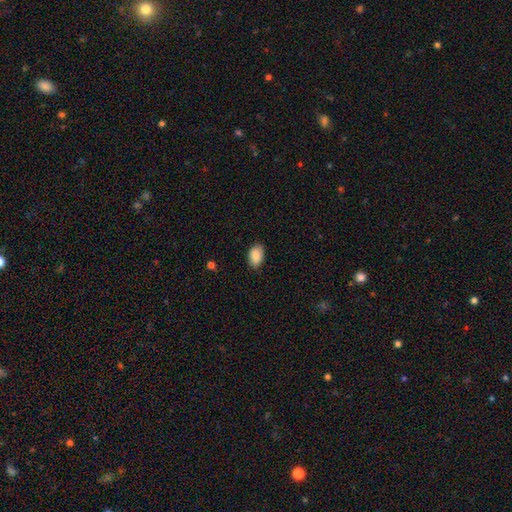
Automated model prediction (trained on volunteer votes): A smooth galaxy with no disk features (88%) that is in between round and cigar-shaped (91%). Merging: none (80%).